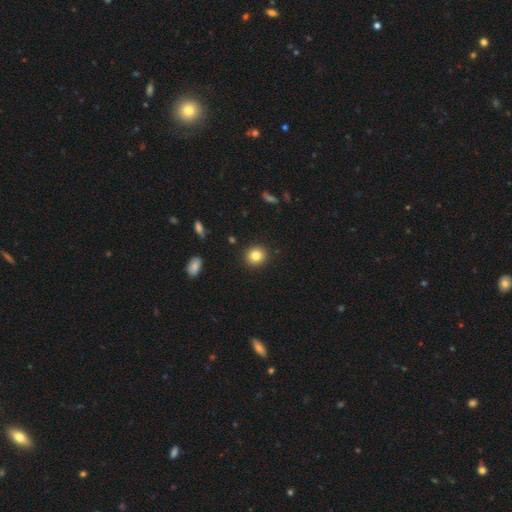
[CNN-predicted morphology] Smooth or featured? Predicted: smooth (p=0.82). How rounded? Predicted: round (p=0.87). Merging? Predicted: none (p=0.92).